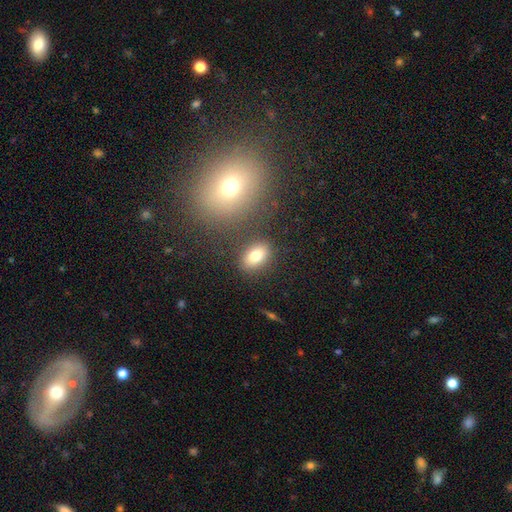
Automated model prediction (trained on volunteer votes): A smooth galaxy with no disk features (78%) that is in between round and cigar-shaped (81%). Merging: none (83%).